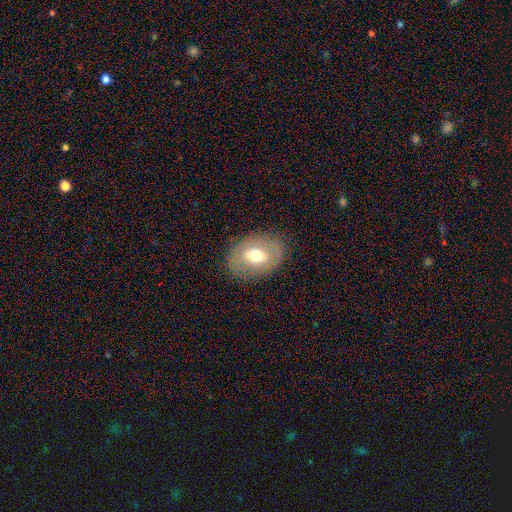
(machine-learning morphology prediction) Smooth or featured? smooth (55%)
How rounded? in between (73%)
Merging? none (81%)